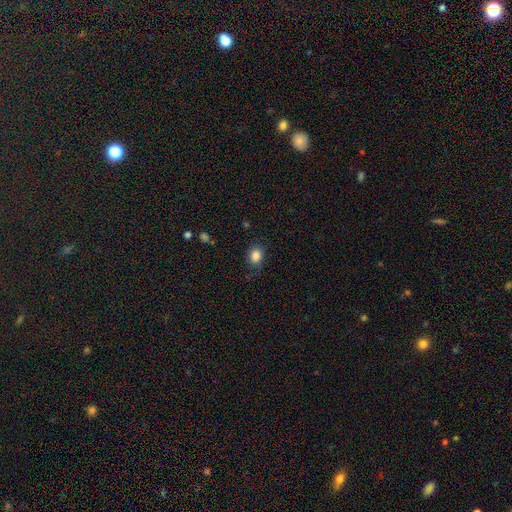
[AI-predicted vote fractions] This is clearly a smooth galaxy (85%). How rounded: possibly in between (50%). Merging: likely none (78%).